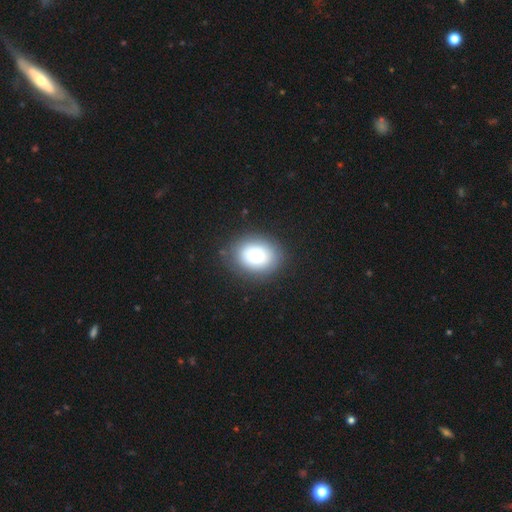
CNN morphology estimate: Smooth or featured: smooth — 79% (featured or disk — 12%)
How rounded: in between — 55% (round — 45%)
Merging: none — 82% (minor disturbance — 12%)